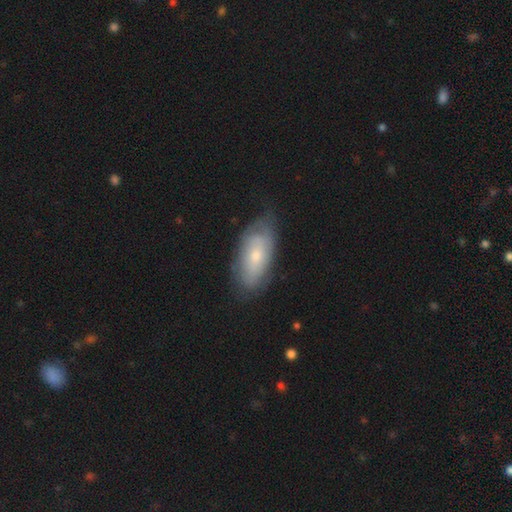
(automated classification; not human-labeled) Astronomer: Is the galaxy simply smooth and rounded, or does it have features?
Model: smooth — 52% (runner-up: featured or disk, 41%).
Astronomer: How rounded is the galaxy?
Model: in between — 88%.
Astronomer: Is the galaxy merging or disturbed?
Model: none — 67%.